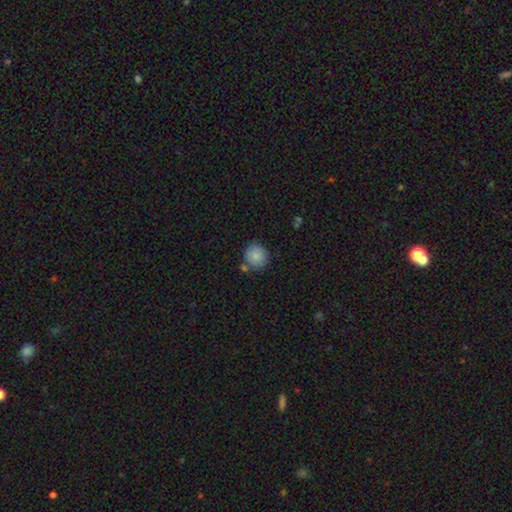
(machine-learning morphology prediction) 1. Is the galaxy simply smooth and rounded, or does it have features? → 86% smooth, 8% star or artifact, 6% featured or disk.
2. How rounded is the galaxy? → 90% round, 9% in between, 1% cigar-shaped.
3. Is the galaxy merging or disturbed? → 72% none, 13% minor disturbance, 11% merger, 3% major disturbance.